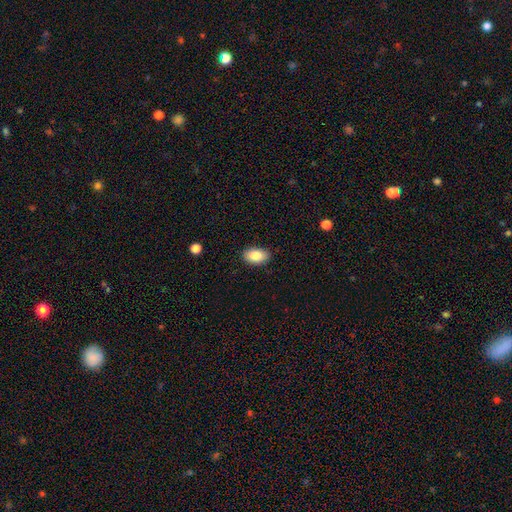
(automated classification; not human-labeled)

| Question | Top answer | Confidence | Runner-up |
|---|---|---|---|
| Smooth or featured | smooth | 85% | featured or disk (8%) |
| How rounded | in between | 93% | round (6%) |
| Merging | none | 87% | minor disturbance (10%) |